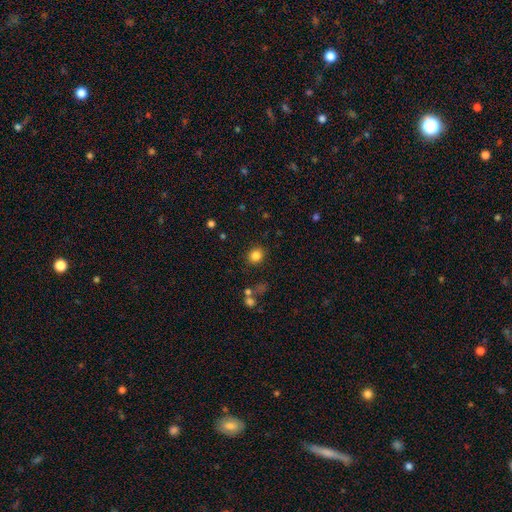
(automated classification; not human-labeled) A smooth galaxy with no disk features (84%) that is round (77%).

Vote fractions:
- Smooth or featured? smooth: 84% / star or artifact: 11% / featured or disk: 5%
- How rounded? round: 77% / in between: 22% / cigar-shaped: 1%
- Merging? none: 86% / minor disturbance: 8% / major disturbance: 3% / merger: 3%